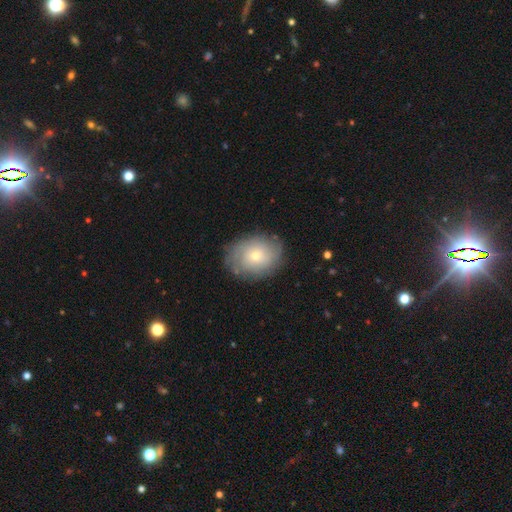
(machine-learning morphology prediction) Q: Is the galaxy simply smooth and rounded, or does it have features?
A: smooth — 52%.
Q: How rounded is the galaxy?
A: in between — 55%.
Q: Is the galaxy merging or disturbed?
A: none — 81%.